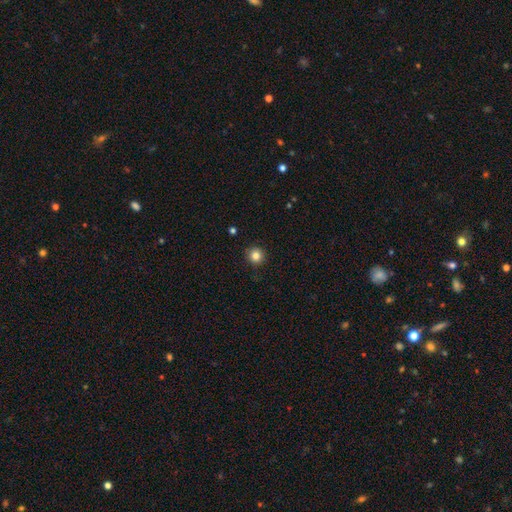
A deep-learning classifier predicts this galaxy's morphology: Smooth or featured: smooth — 84% (star or artifact — 11%)
How rounded: round — 94% (in between — 5%)
Merging: none — 92% (minor disturbance — 6%)